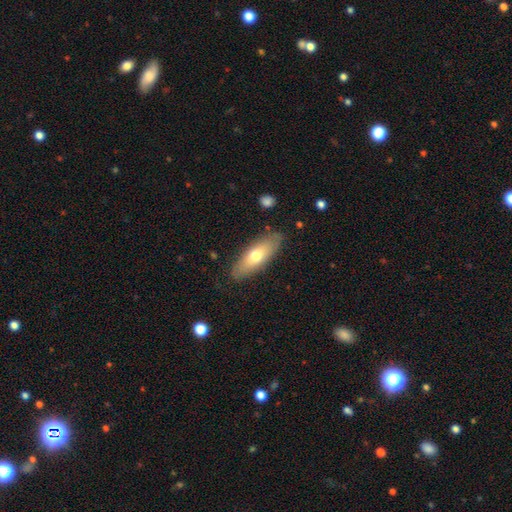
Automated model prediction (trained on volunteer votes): A smooth galaxy with no disk features (63%) that is in between round and cigar-shaped (58%). Merging: none (83%).